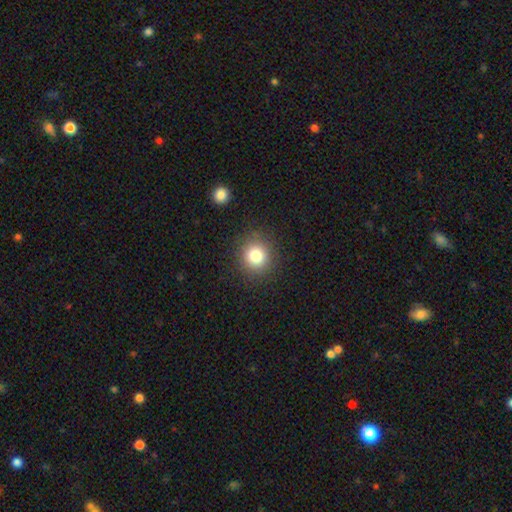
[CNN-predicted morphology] smooth-or-featured: smooth: 81% | star or artifact: 12% | featured or disk: 8%
  how-rounded: round: 91% | in between: 9% | cigar-shaped: 1%
  merging: none: 88% | minor disturbance: 7% | major disturbance: 3% | merger: 2%